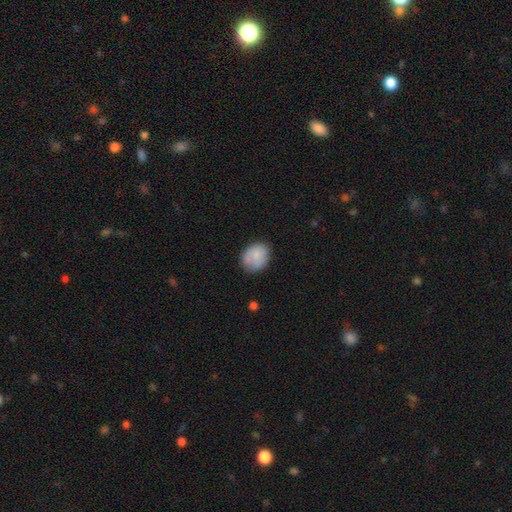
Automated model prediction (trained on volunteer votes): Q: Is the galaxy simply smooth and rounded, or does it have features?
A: smooth — 79%.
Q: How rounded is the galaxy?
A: round — 51%.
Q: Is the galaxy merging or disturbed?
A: none — 68%.